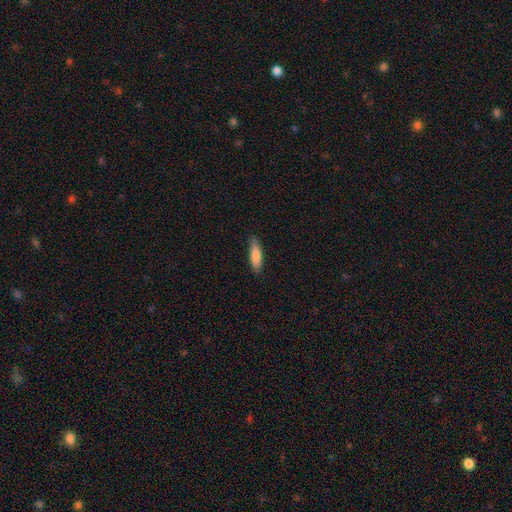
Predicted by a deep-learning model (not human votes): smooth_or_featured: smooth (p=0.81) [alt: featured or disk p=0.13]
how_rounded: cigar-shaped (p=0.70) [alt: in between p=0.28]
merging: none (p=0.86) [alt: minor disturbance p=0.11]